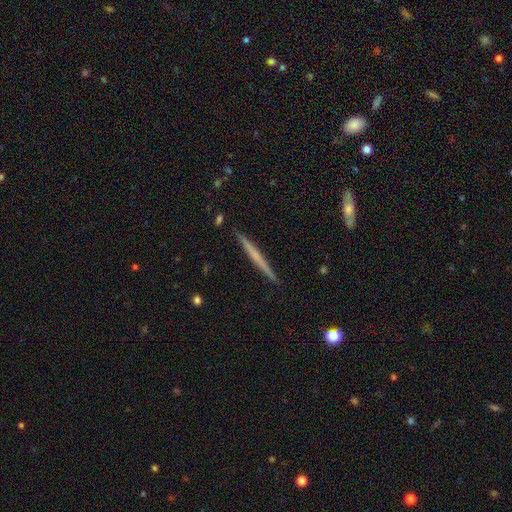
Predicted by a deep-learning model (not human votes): Smooth or featured?
  - featured or disk: 53% *
  - smooth: 42%
  - star or artifact: 6%
Edge-on disk?
  - yes: 98% *
  - no: 2%
Edge-on bulge?
  - none: 80% *
  - rounded: 15%
  - boxy: 5%
Merging?
  - none: 91% *
  - minor disturbance: 6%
  - major disturbance: 1%
  - merger: 1%